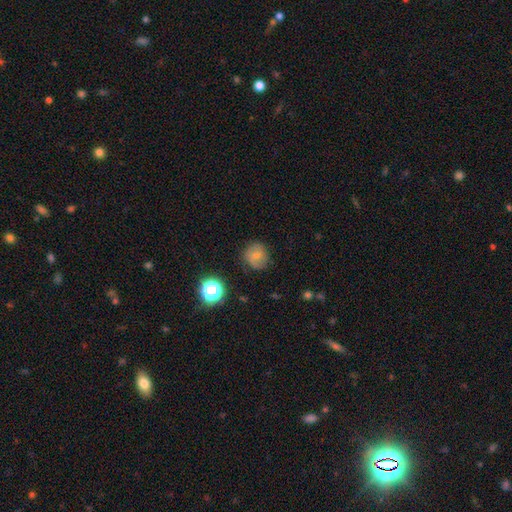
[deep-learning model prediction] smooth_or_featured: smooth (p=0.60) [alt: featured or disk p=0.27]
how_rounded: round (p=0.84) [alt: in between p=0.15]
merging: none (p=0.76) [alt: minor disturbance p=0.17]